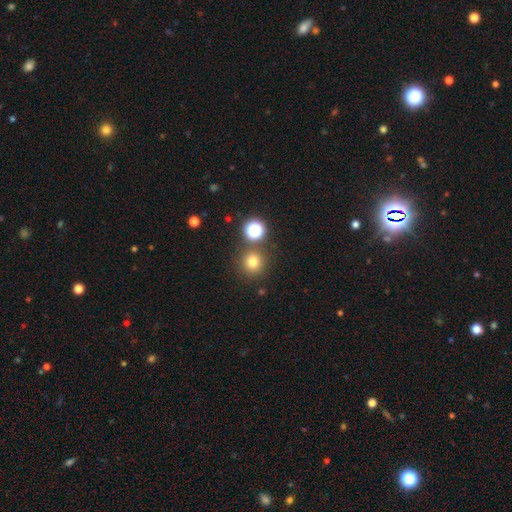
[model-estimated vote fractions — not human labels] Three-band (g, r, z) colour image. It shows a smooth galaxy with no disk features (67%) that is round (93%). Merging: none (81%).